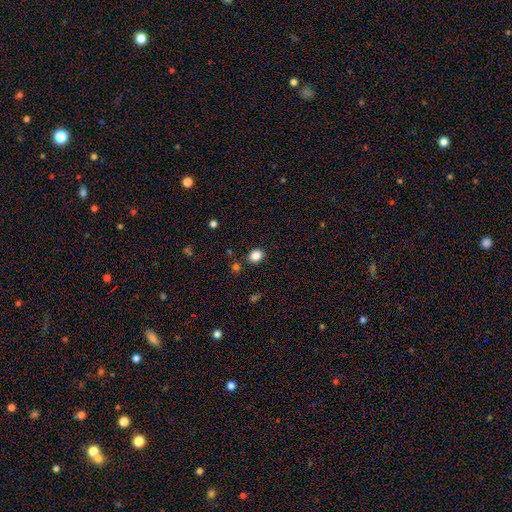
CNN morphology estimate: smooth 85%, star or artifact 11%, featured or disk 4%. Down the decision tree: how rounded — round (54%); merging — none (85%).